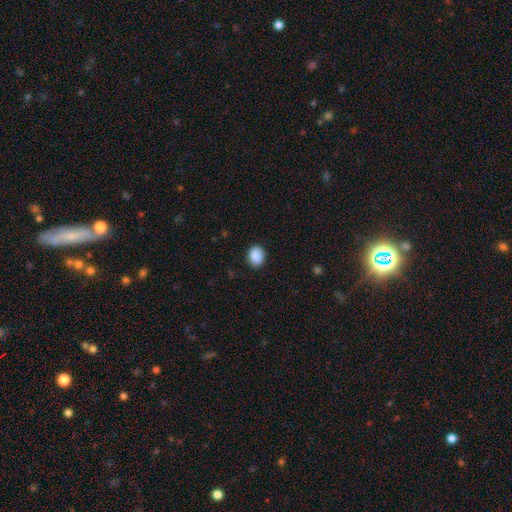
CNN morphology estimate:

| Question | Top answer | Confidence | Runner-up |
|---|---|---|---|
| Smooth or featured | smooth | 89% | star or artifact (8%) |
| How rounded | round | 58% | in between (41%) |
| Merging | none | 88% | minor disturbance (9%) |